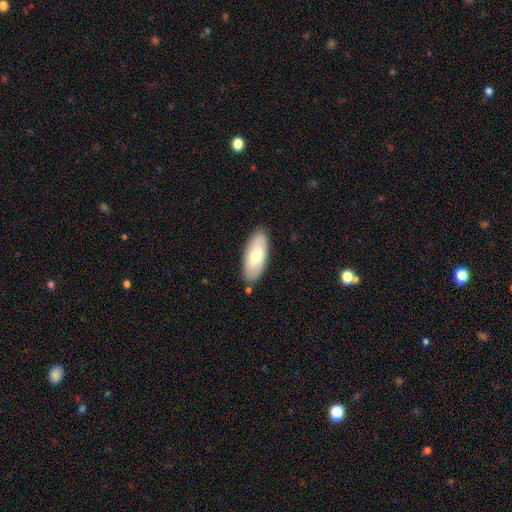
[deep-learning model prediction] The model was most divided on "smooth or featured": smooth: 64%, featured or disk: 30%, star or artifact: 6%. More confident: how rounded — in between (84%); merging — none (84%).